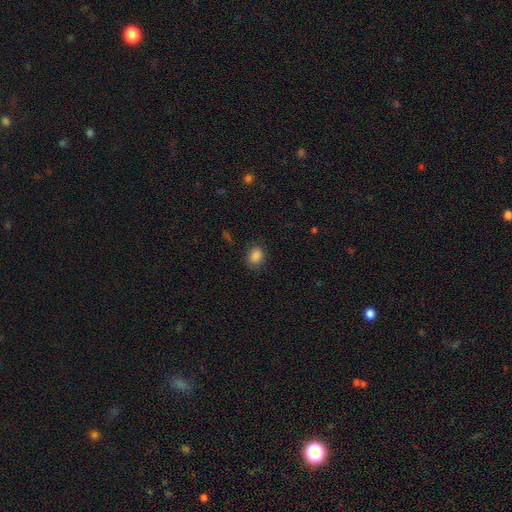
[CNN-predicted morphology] Smooth or featured? smooth (86%)
How rounded? in between (62%)
Merging? none (83%)